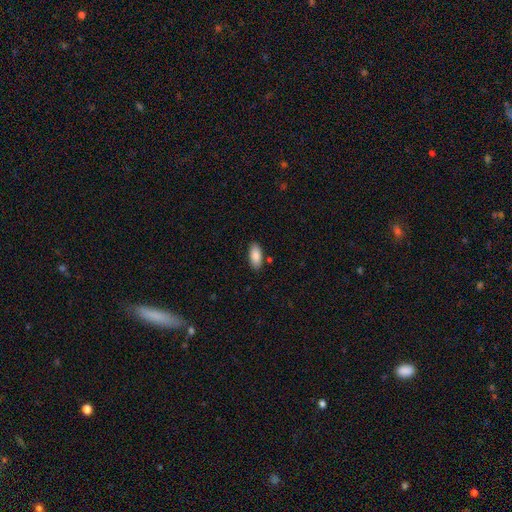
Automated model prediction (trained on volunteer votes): A smooth galaxy with no disk features (87%) that is in between round and cigar-shaped (90%).

Vote fractions:
- Smooth or featured? smooth: 87% / featured or disk: 7% / star or artifact: 6%
- How rounded? in between: 90% / cigar-shaped: 8% / round: 2%
- Merging? none: 85% / minor disturbance: 10% / merger: 3% / major disturbance: 2%